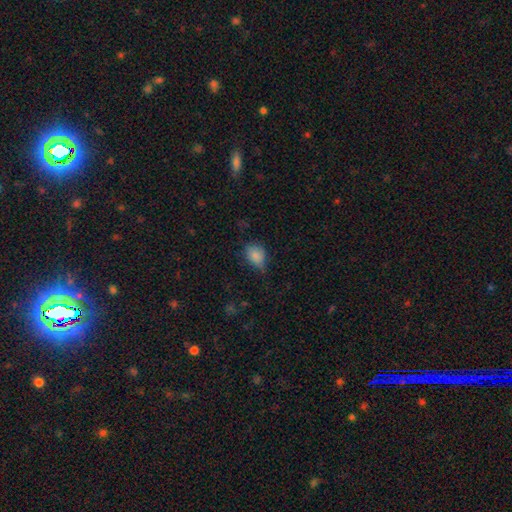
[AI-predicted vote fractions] Smooth or featured? Predicted: smooth (p=0.84). How rounded? Predicted: in between (p=0.63). Merging? Predicted: none (p=0.56).